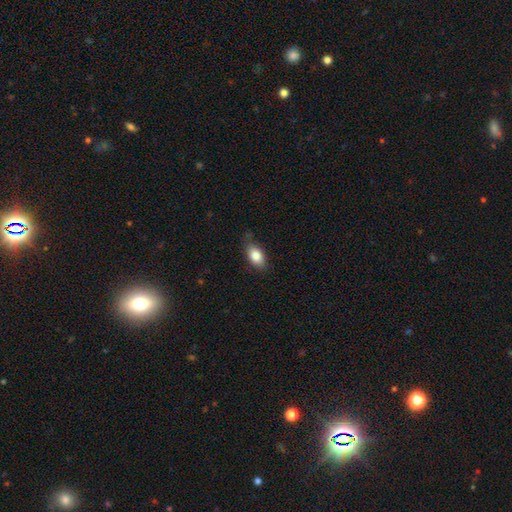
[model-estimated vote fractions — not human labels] Overall: smooth (84%). How rounded: in between (89%). Merging: none (74%).